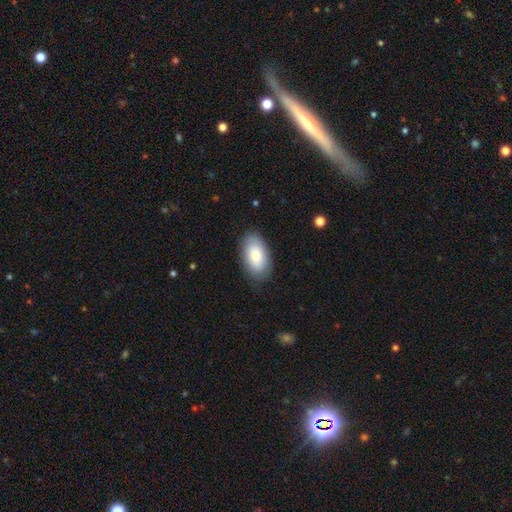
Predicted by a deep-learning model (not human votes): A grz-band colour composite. It shows a smooth galaxy with no disk features (78%) that is in between round and cigar-shaped (94%). Merging: none (83%).